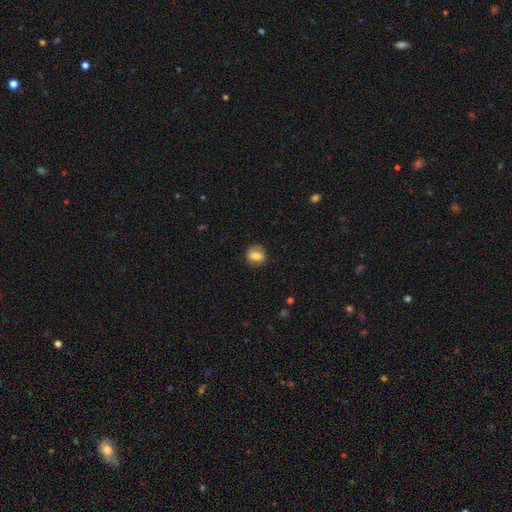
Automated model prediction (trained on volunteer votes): Smooth or featured? Predicted: smooth (p=0.71). How rounded? Predicted: round (p=0.66). Merging? Predicted: none (p=0.84).